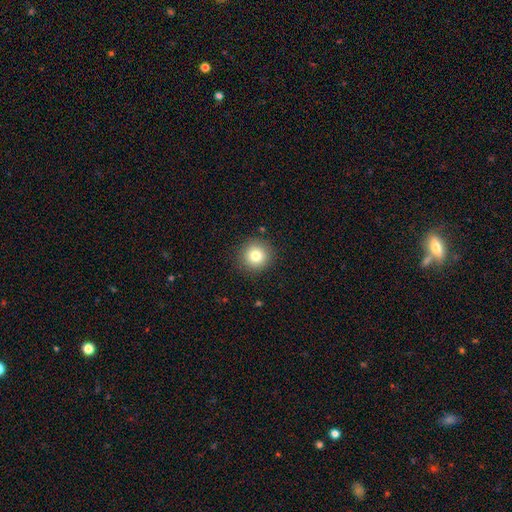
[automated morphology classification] A smooth galaxy with no disk features (80%) that is round (94%). Merging: none (90%).